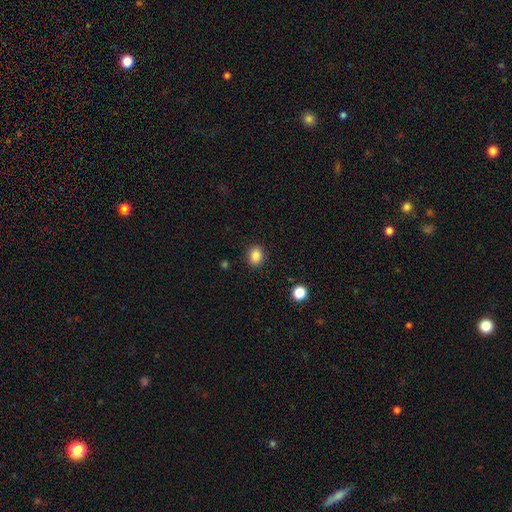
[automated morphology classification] smooth_or_featured: smooth (p=0.86) [alt: star or artifact p=0.11]
how_rounded: round (p=0.59) [alt: in between p=0.40]
merging: none (p=0.88) [alt: minor disturbance p=0.08]